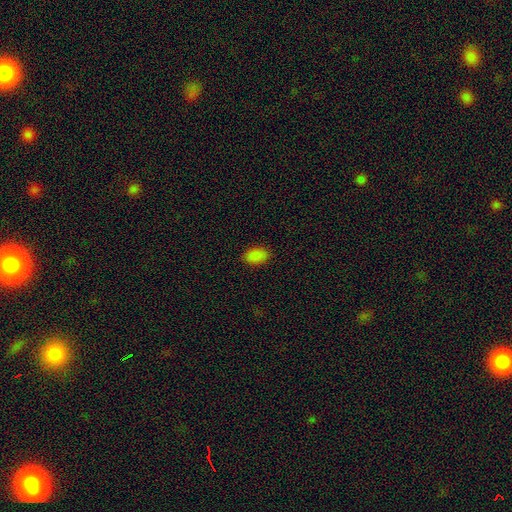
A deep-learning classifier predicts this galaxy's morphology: A smooth galaxy with no disk features (86%) that is in between round and cigar-shaped (90%). Merging: none (87%).